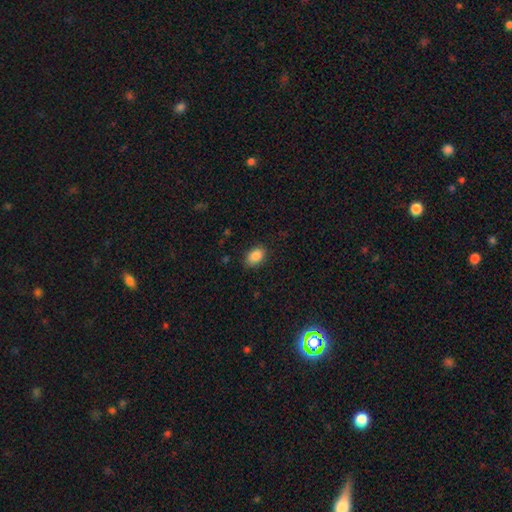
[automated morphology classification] Q: Smooth or featured?
A: smooth (88%); runner-up: star or artifact (8%)
Q: How rounded?
A: in between (86%); runner-up: round (13%)
Q: Merging?
A: none (84%); runner-up: minor disturbance (12%)